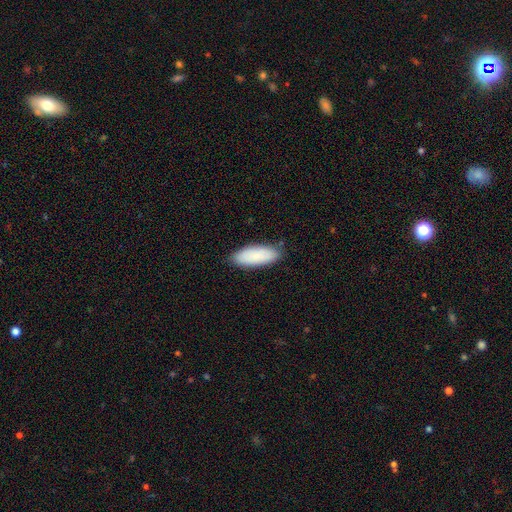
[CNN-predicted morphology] smooth-or-featured: smooth: 86% | featured or disk: 8% | star or artifact: 6%
  how-rounded: in between: 74% | cigar-shaped: 25% | round: 2%
  merging: none: 85% | minor disturbance: 12% | major disturbance: 2% | merger: 1%